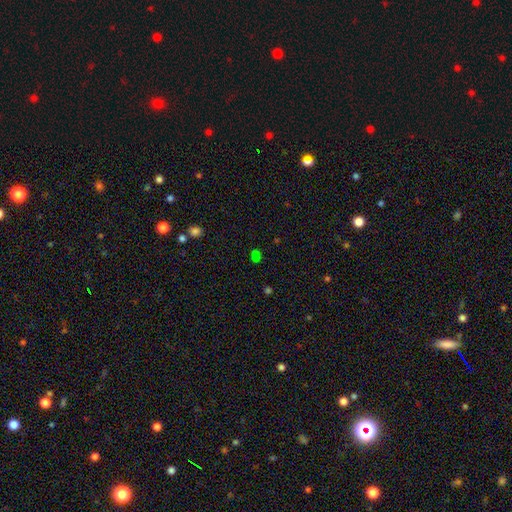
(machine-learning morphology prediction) Q: Smooth or featured?
A: star or artifact (46%); runner-up: smooth (45%)